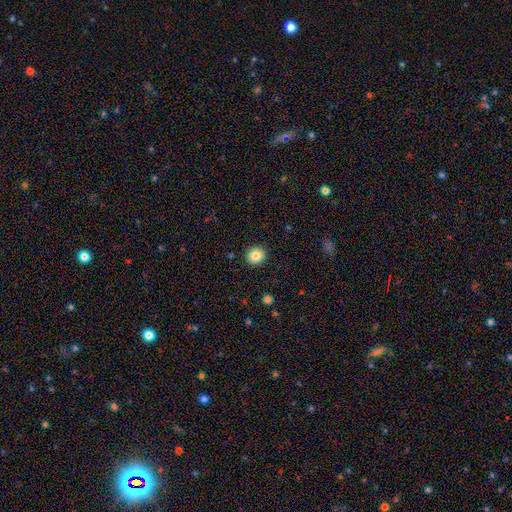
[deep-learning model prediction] Smooth or featured?
  - smooth: 84% *
  - star or artifact: 10%
  - featured or disk: 6%
How rounded?
  - round: 90% *
  - in between: 9%
  - cigar-shaped: 1%
Merging?
  - none: 91% *
  - minor disturbance: 6%
  - major disturbance: 2%
  - merger: 1%